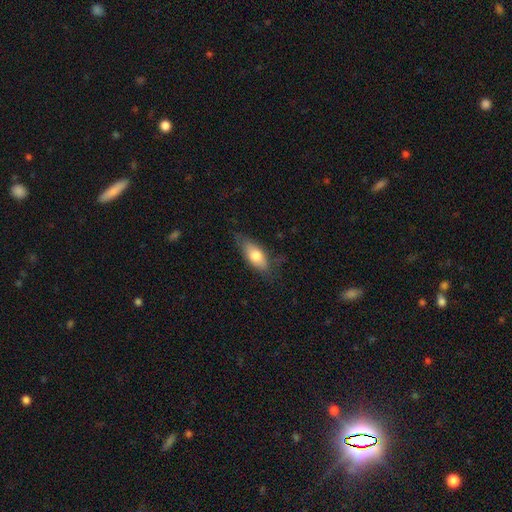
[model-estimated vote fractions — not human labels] Overall: smooth (73%). How rounded: in between (80%). Merging: none (67%).